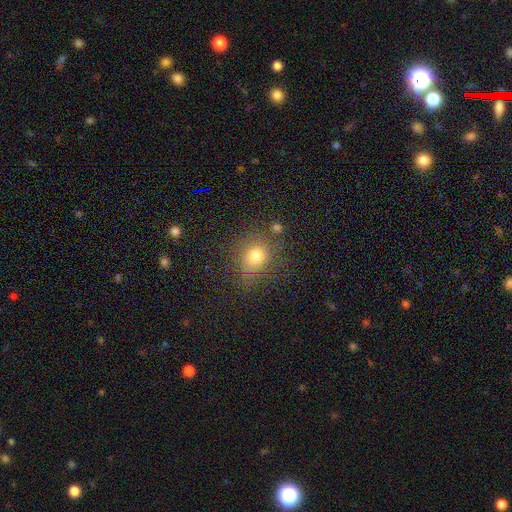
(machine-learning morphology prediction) A smooth galaxy with no disk features (74%) that is round (71%).

Vote fractions:
- Smooth or featured? smooth: 74% / star or artifact: 16% / featured or disk: 9%
- How rounded? round: 71% / in between: 28% / cigar-shaped: 1%
- Merging? none: 73% / minor disturbance: 16% / major disturbance: 7% / merger: 4%